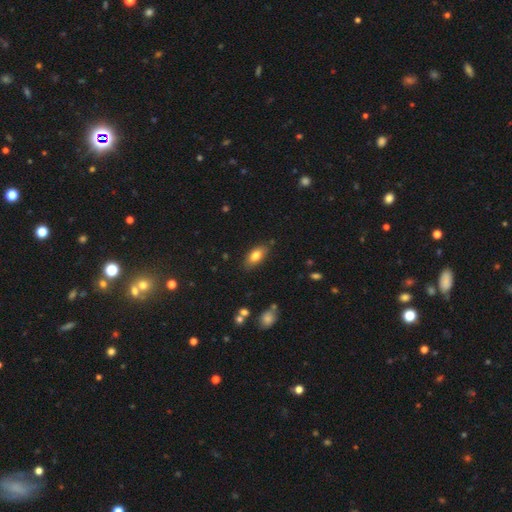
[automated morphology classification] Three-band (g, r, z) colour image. It shows a smooth galaxy with no disk features (80%) that is in between round and cigar-shaped (89%). Merging: none (81%).